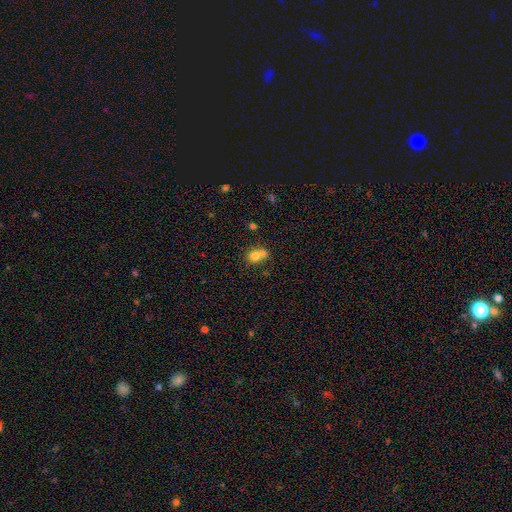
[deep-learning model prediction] This appears to be a smooth galaxy with no disk features (74%) that is round (71%). Merging: merger (57%).